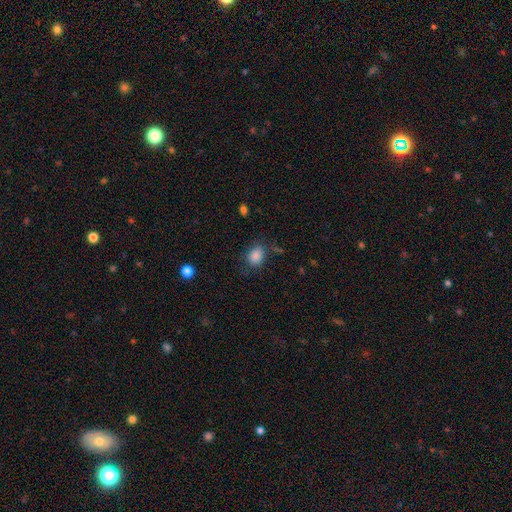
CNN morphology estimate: Smooth or featured? smooth (86%)
How rounded? in between (65%)
Merging? none (71%)